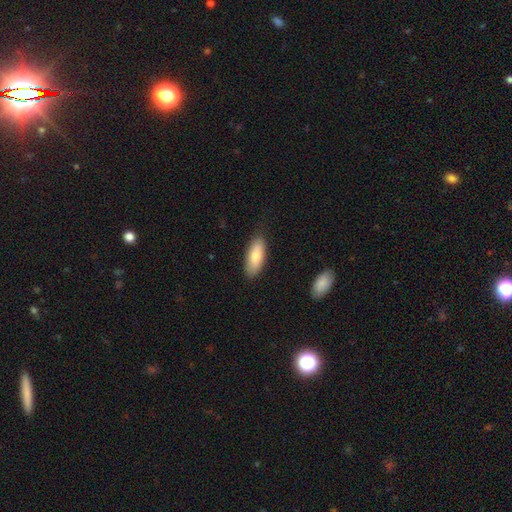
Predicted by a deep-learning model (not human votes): Smooth or featured? Predicted: smooth (p=0.82). How rounded? Predicted: in between (p=0.76). Merging? Predicted: none (p=0.83).